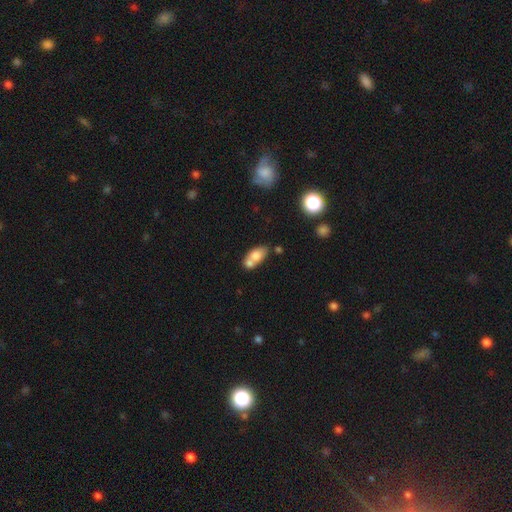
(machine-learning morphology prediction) Smooth or featured? smooth (72%)
How rounded? in between (82%)
Merging? merger (52%)